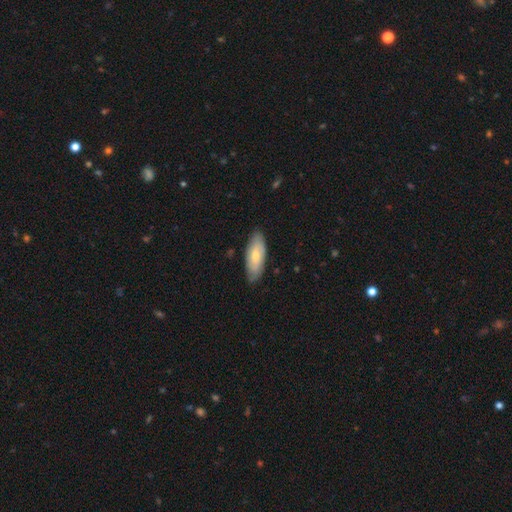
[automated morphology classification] Overall: smooth (65%; featured or disk 29%). How rounded: in between (75%). Merging: none (82%).